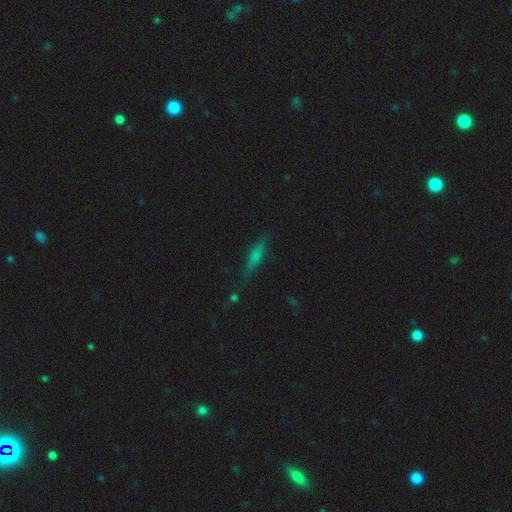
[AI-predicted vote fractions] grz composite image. It shows a smooth galaxy with no disk features (53%) that is cigar-shaped (75%). Merging: none (77%).